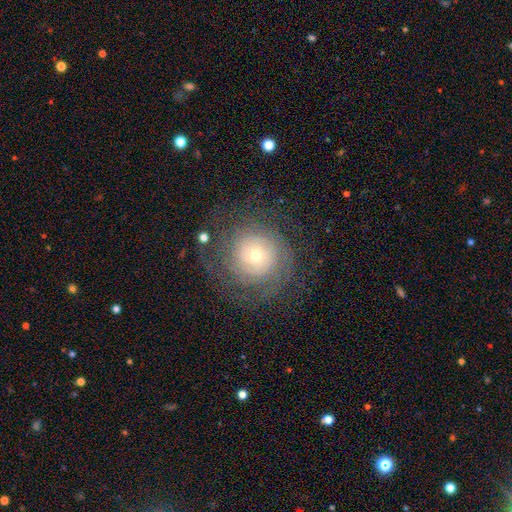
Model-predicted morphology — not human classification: The model was most divided on "bulge size": small: 58%, moderate: 34%, large: 5%, dominant: 2%, none: 1%. Remaining: edge-on disk — no (97%); spiral arms — yes (84%); bar — no (81%); spiral winding — tight (75%); merging — none (74%); smooth or featured — featured or disk (65%); spiral arm count — can't tell (50%).